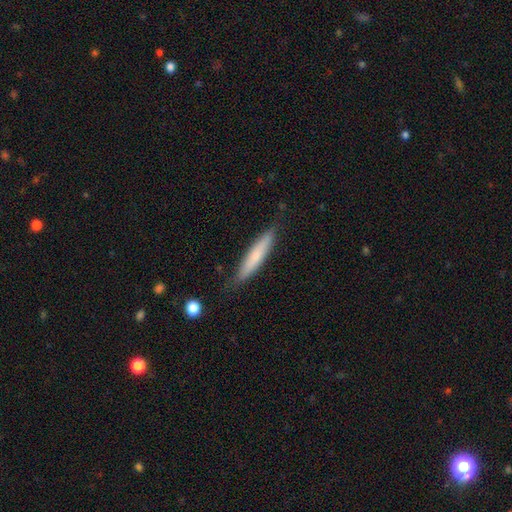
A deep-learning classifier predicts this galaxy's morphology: This appears to be a smooth galaxy with no disk features (69%) that is cigar-shaped (88%). Merging: none (82%).